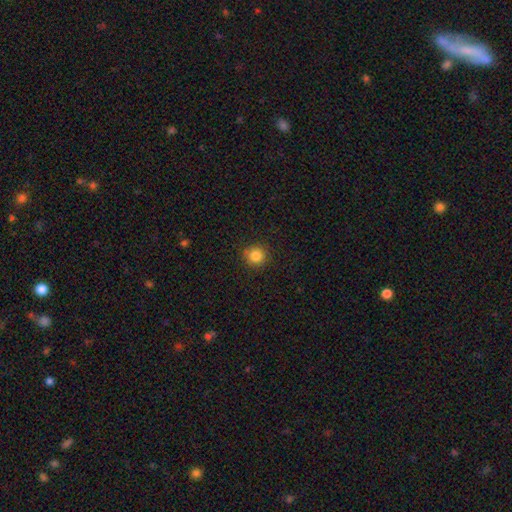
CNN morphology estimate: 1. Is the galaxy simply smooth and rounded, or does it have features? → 84% smooth, 11% star or artifact, 5% featured or disk.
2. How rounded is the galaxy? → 92% round, 7% in between, 1% cigar-shaped.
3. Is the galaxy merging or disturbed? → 89% none, 8% minor disturbance, 2% major disturbance, 1% merger.